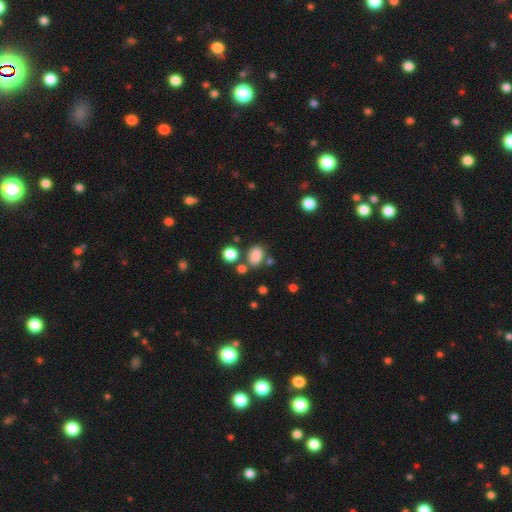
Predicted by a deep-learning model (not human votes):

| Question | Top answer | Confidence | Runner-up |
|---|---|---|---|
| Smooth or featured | smooth | 83% | star or artifact (12%) |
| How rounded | in between | 71% | round (28%) |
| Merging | none | 67% | merger (15%) |